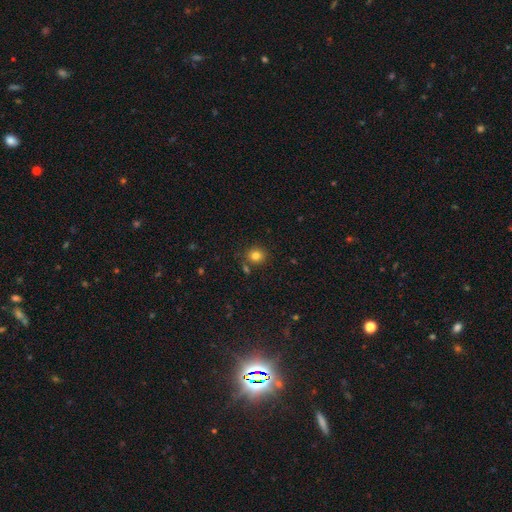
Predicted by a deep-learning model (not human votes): Smooth or featured: smooth — 82% (star or artifact — 12%)
How rounded: round — 79% (in between — 20%)
Merging: none — 80% (minor disturbance — 10%)